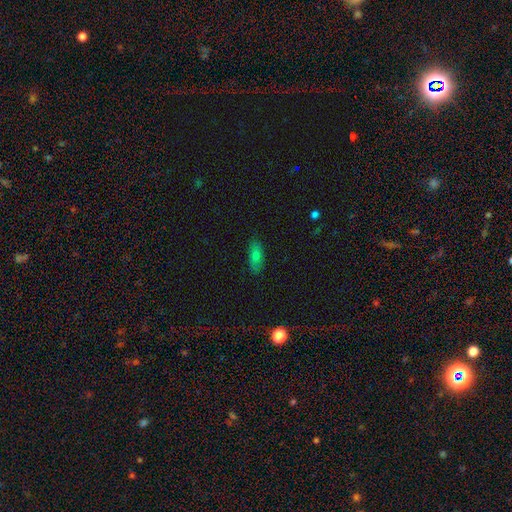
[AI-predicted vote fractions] Q: Smooth or featured?
A: smooth (70%); runner-up: featured or disk (20%)
Q: How rounded?
A: in between (73%); runner-up: cigar-shaped (23%)
Q: Merging?
A: none (86%); runner-up: minor disturbance (11%)